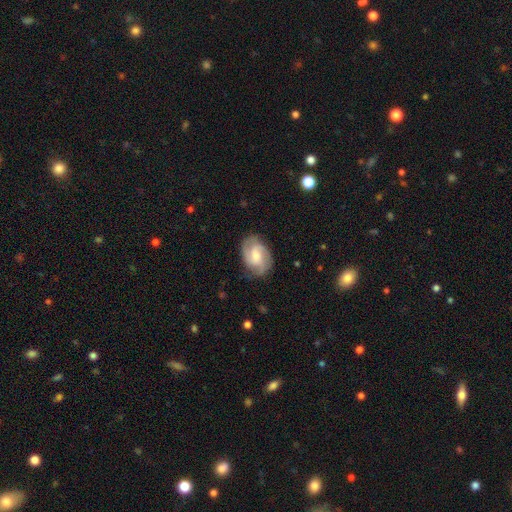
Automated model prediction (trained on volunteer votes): This appears to be a featured or disk galaxy (73%) with a weak bar (47%), 2 (44%) medium (49%) spiral arms (95%) and a moderate central bulge (47%). Merging: none (77%).